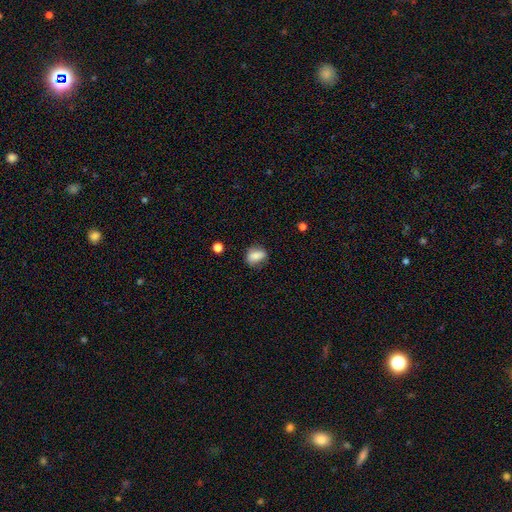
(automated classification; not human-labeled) Smooth or featured? smooth (78%)
How rounded? in between (63%)
Merging? none (72%)